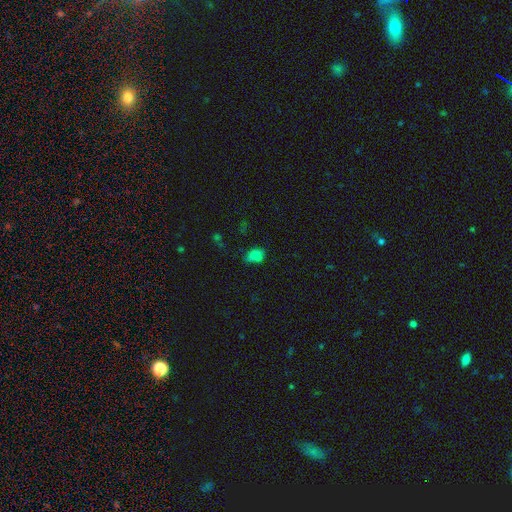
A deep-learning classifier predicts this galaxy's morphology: smooth_or_featured: smooth (p=0.69) [alt: star or artifact p=0.23]
how_rounded: in between (p=0.75) [alt: round p=0.23]
merging: none (p=0.43) [alt: minor disturbance p=0.27]